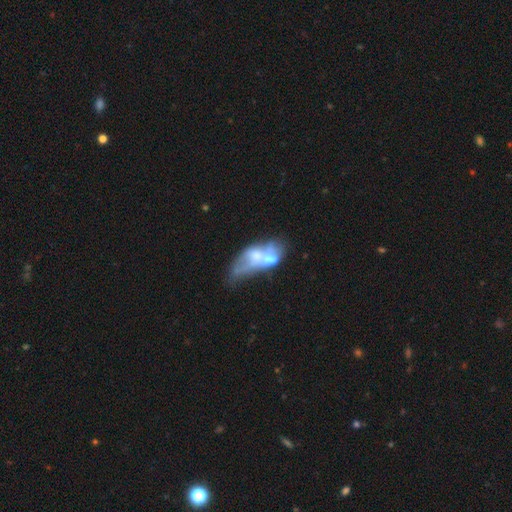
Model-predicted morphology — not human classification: type=featured or disk (51%); edge-on=no (94%); merging=merger (47%).